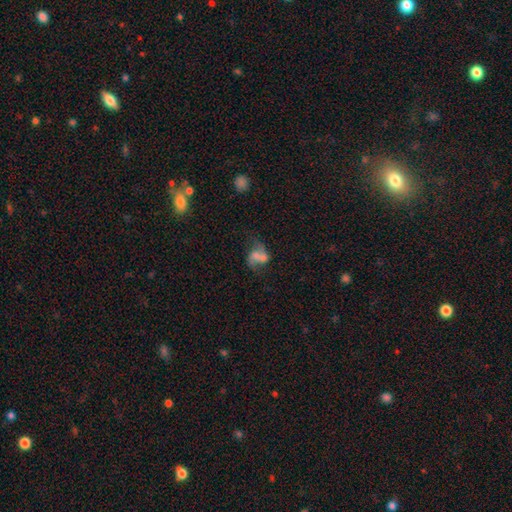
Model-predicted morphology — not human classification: smooth-or-featured: featured or disk: 54% | smooth: 34% | star or artifact: 12%
  disk-edge-on: no: 97% | yes: 3%
    bar: no: 59% | weak: 30% | strong: 11%
    has-spiral-arms: yes: 71% | no: 29%
    bulge-size: none: 31% | moderate: 28% | small: 27% | large: 11% | dominant: 3%
  merging: merger: 35% | none: 33% | major disturbance: 17% | minor disturbance: 15%